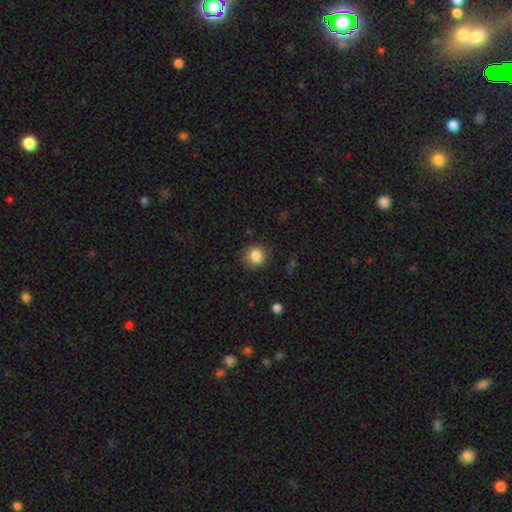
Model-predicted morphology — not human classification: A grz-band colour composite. It shows a smooth galaxy with no disk features (85%) that is round (86%). Merging: none (84%).